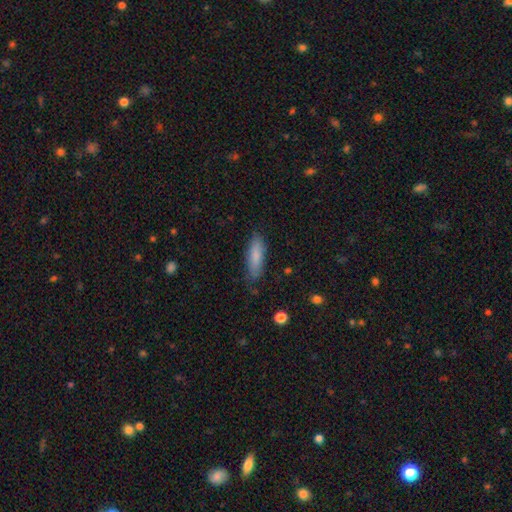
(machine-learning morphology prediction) A smooth galaxy with no disk features (80%) that is cigar-shaped (56%). Merging: none (79%).